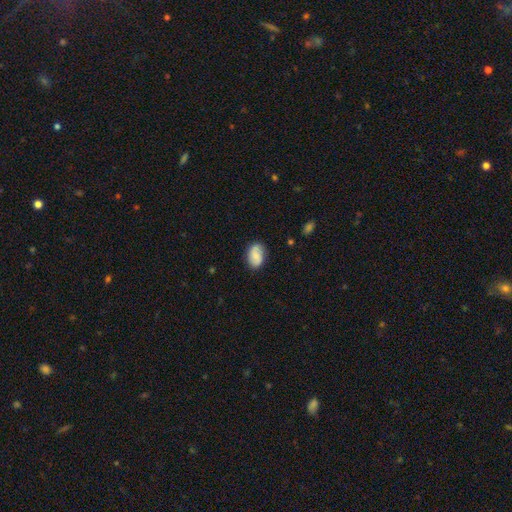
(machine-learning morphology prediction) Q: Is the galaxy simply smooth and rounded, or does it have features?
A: smooth — 66%.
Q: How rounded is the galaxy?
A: in between — 84%.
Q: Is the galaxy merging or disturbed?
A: none — 77%.